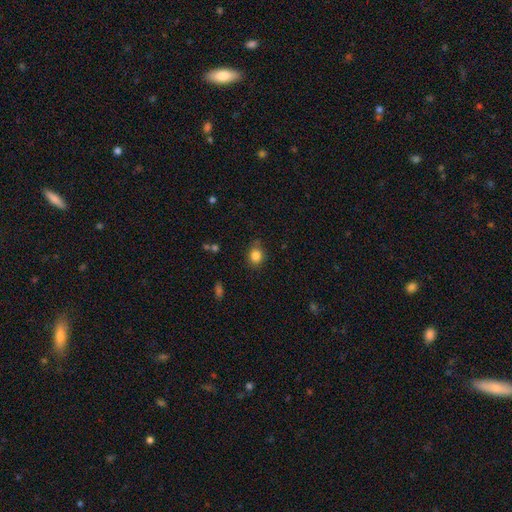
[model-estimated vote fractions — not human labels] Morphology: type=smooth (84%); roundness=round (60%); merging=none (76%).